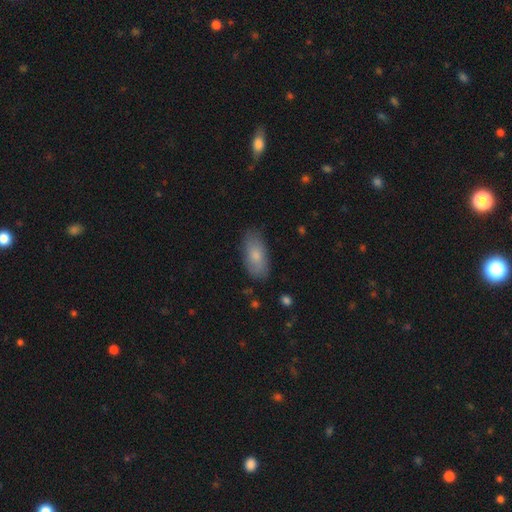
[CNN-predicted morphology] type=smooth (77%); roundness=in between (89%); merging=none (81%).